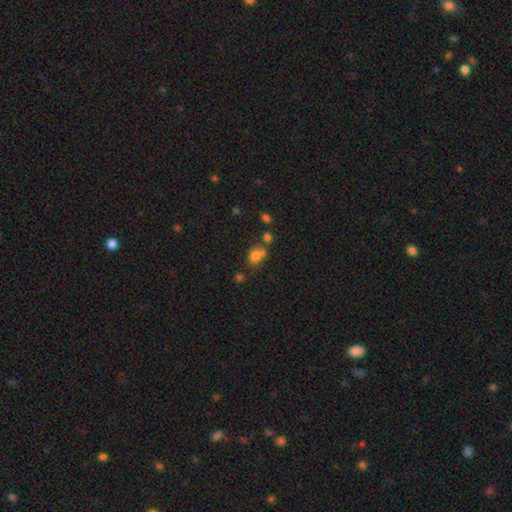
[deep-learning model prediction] This appears to be a smooth galaxy with no disk features (77%) that is round (53%). Merging: none (48%).